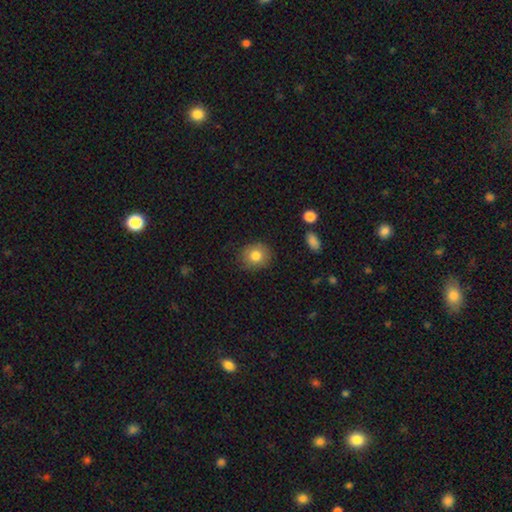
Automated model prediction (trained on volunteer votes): Smooth or featured? Predicted: smooth (p=0.82). How rounded? Predicted: round (p=0.78). Merging? Predicted: none (p=0.85).